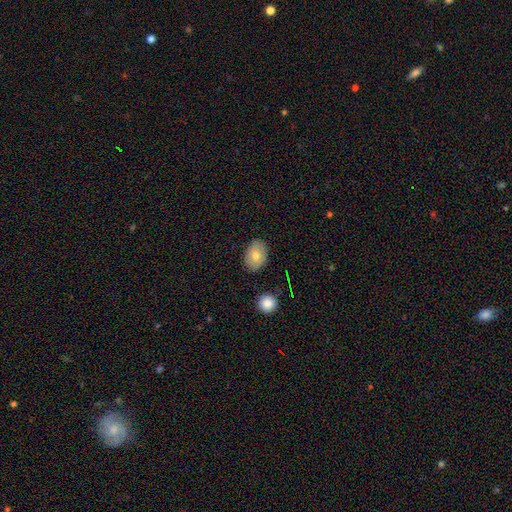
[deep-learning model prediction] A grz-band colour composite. It shows a smooth galaxy with no disk features (74%) that is in between round and cigar-shaped (81%). Merging: none (84%).